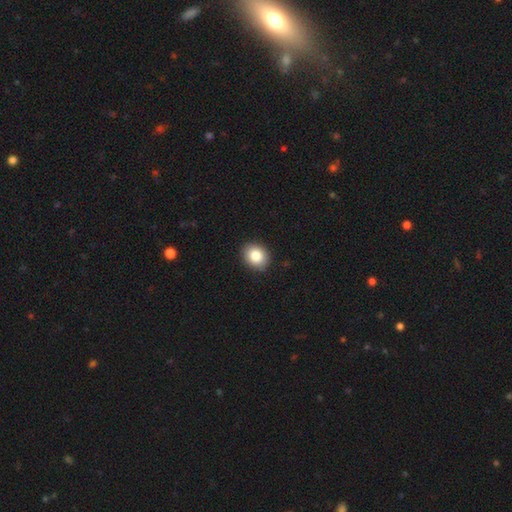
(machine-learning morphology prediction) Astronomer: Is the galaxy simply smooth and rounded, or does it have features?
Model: smooth — 84%.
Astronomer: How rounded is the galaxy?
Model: round — 52% (runner-up: in between, 48%).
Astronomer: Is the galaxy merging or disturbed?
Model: none — 90%.